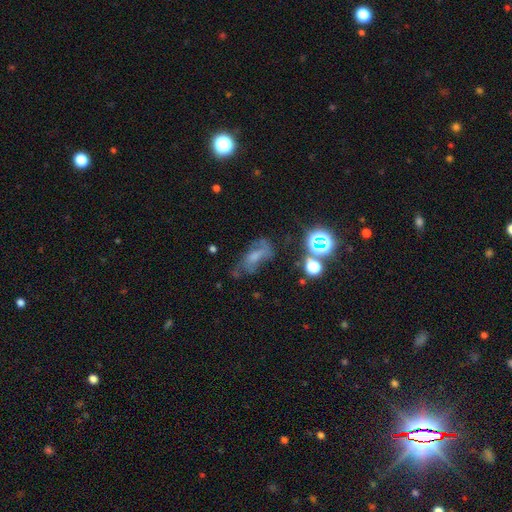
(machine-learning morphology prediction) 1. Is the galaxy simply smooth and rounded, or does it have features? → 41% featured or disk, 35% smooth, 24% star or artifact.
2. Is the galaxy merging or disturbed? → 44% none, 25% minor disturbance, 25% major disturbance, 7% merger.